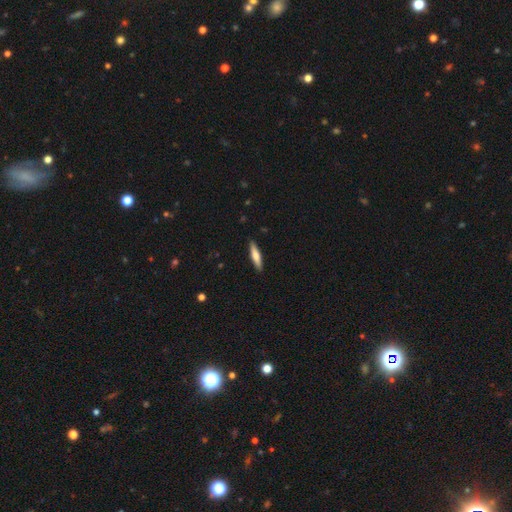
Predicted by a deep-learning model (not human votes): smooth 59%, featured or disk 35%, star or artifact 5%. Down the decision tree: how rounded — cigar-shaped (83%); merging — none (90%).